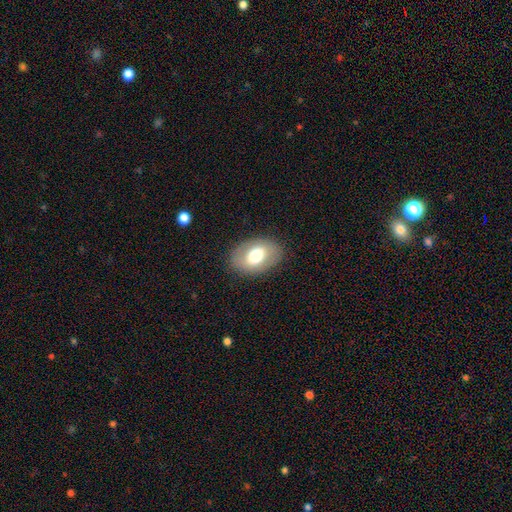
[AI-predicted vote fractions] The model was most divided on "smooth or featured": smooth: 63%, featured or disk: 29%, star or artifact: 8%. More confident: merging — none (85%); how rounded — in between (83%).